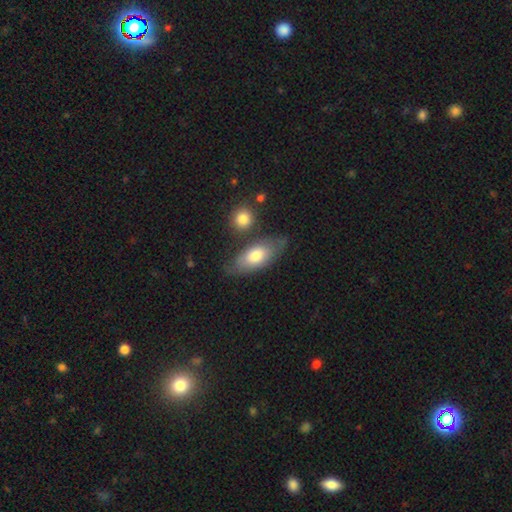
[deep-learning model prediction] This appears to be a smooth galaxy with no disk features (70%) that is in between round and cigar-shaped (85%). Merging: none (66%).